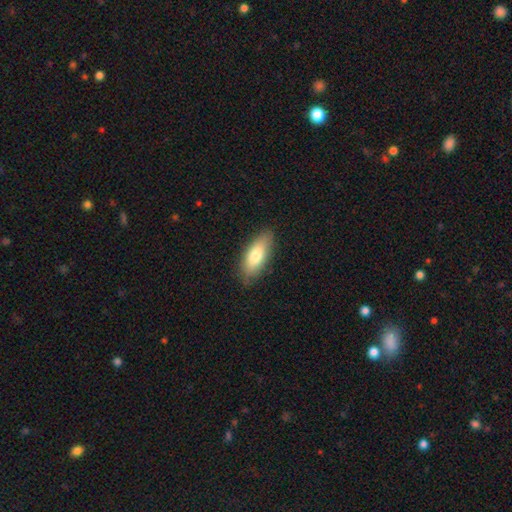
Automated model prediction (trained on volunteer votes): Smooth or featured: smooth — 77% (featured or disk — 17%)
How rounded: in between — 77% (cigar-shaped — 21%)
Merging: none — 84% (minor disturbance — 13%)